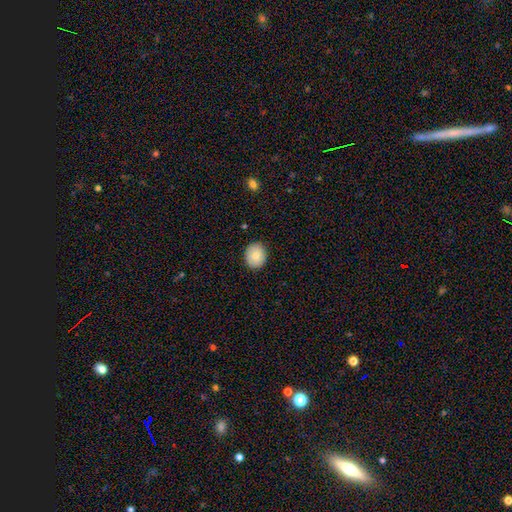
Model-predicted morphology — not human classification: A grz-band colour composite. It shows a smooth galaxy with no disk features (82%) that is round (61%). Merging: none (89%).